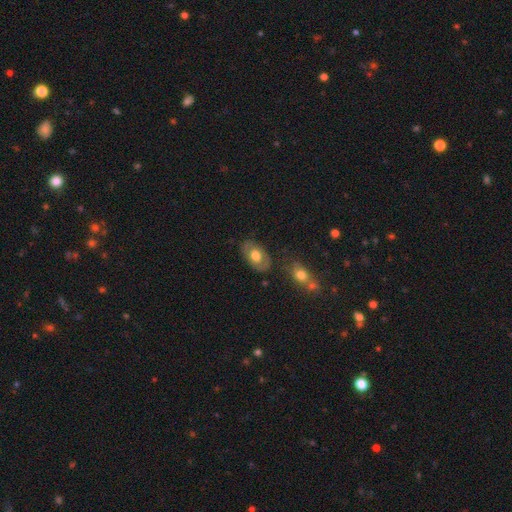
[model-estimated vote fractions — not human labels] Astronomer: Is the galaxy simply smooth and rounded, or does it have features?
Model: smooth — 56% (runner-up: featured or disk, 38%).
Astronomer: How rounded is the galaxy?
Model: in between — 88%.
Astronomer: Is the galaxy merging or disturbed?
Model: none — 77%.